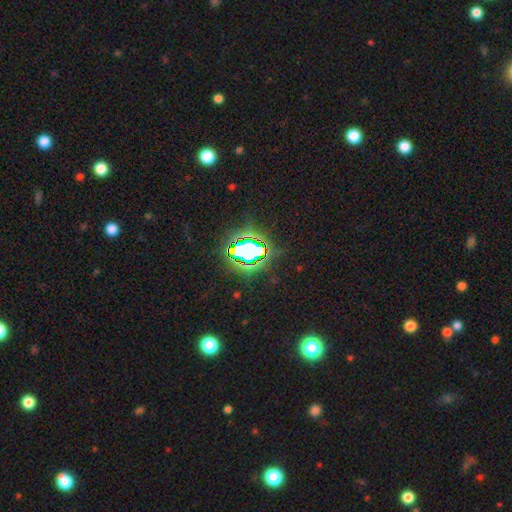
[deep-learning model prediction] Smooth or featured? star or artifact (75%)